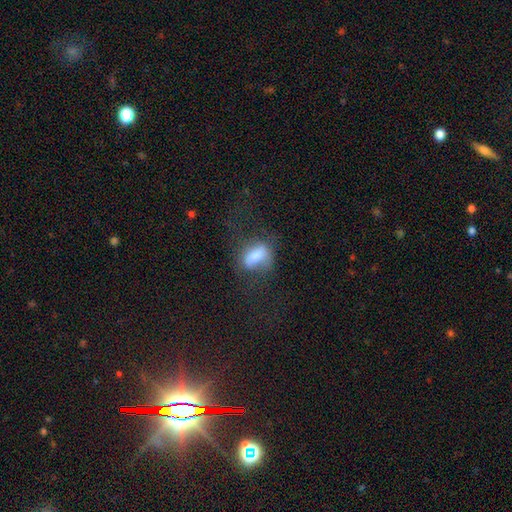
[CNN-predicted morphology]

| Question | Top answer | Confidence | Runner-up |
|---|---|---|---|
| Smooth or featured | smooth | 66% | featured or disk (24%) |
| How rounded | in between | 79% | round (14%) |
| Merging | none | 47% | major disturbance (26%) |